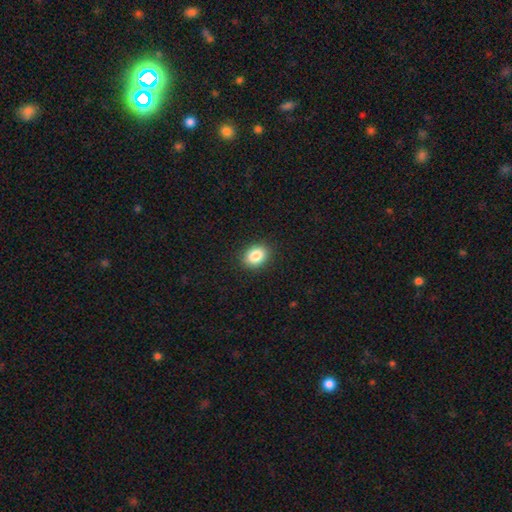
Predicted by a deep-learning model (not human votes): Morphology: type=smooth (86%); roundness=in between (63%); merging=none (89%).